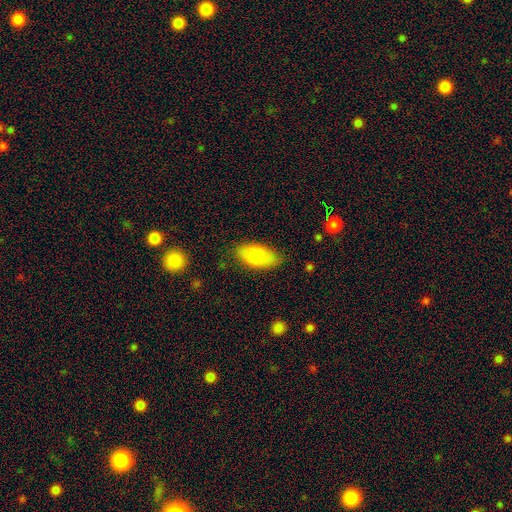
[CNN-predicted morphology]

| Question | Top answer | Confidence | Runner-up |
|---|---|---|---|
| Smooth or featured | smooth | 82% | featured or disk (12%) |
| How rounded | in between | 94% | cigar-shaped (3%) |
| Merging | none | 76% | minor disturbance (19%) |